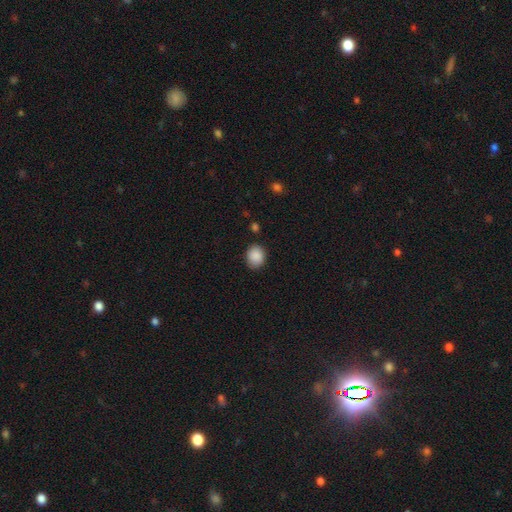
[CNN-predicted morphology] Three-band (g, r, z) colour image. It shows a smooth galaxy with no disk features (89%) that is round (54%). Merging: none (81%).